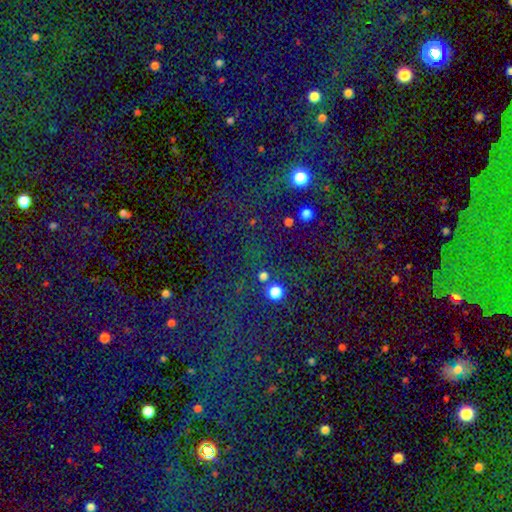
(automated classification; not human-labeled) The model was most divided on "smooth or featured": star or artifact: 73%, smooth: 18%, featured or disk: 9%.